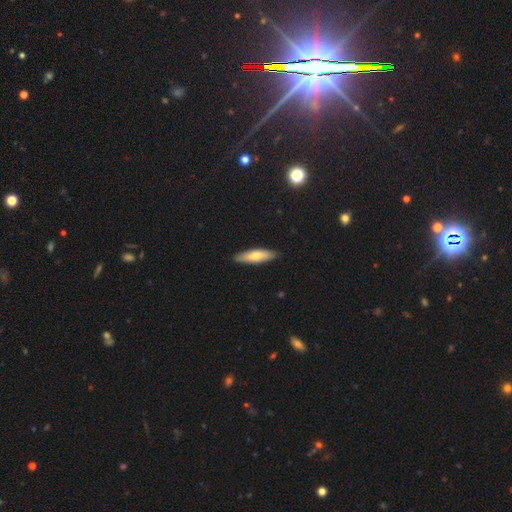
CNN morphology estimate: This is likely a smooth galaxy (66%). How rounded: likely cigar-shaped (61%). Merging: clearly none (88%).